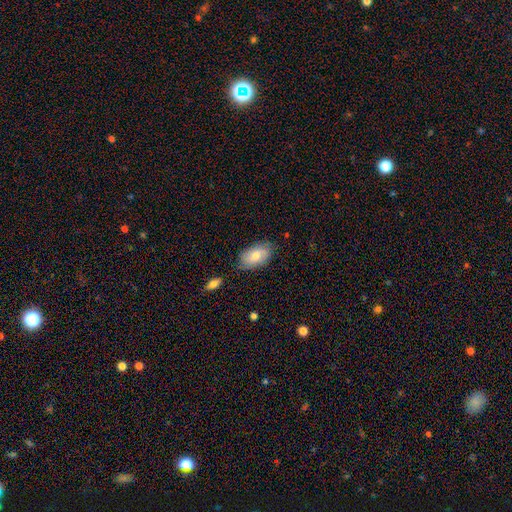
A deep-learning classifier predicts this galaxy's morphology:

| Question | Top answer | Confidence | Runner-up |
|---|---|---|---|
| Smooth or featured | smooth | 71% | featured or disk (22%) |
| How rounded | in between | 93% | round (5%) |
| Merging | none | 76% | minor disturbance (18%) |